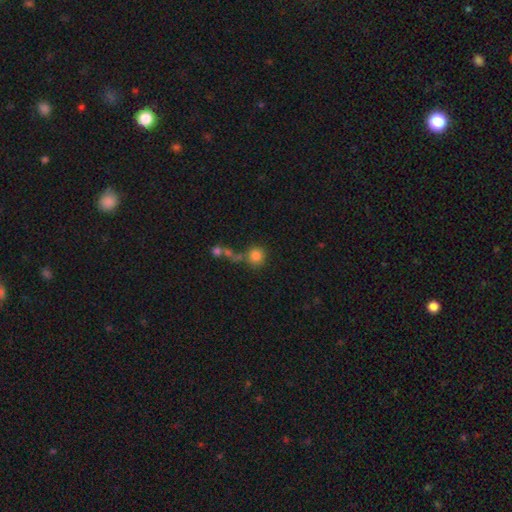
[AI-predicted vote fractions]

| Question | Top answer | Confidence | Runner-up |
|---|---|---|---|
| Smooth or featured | smooth | 80% | star or artifact (12%) |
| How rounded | round | 91% | in between (8%) |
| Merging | none | 63% | merger (20%) |